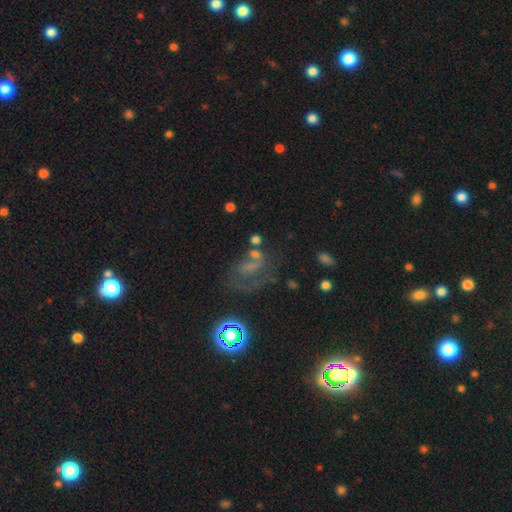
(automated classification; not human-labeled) The model was most divided on "merging": none: 36%, major disturbance: 32%, minor disturbance: 19%, merger: 13%. Remaining: smooth or featured — featured or disk (40%).